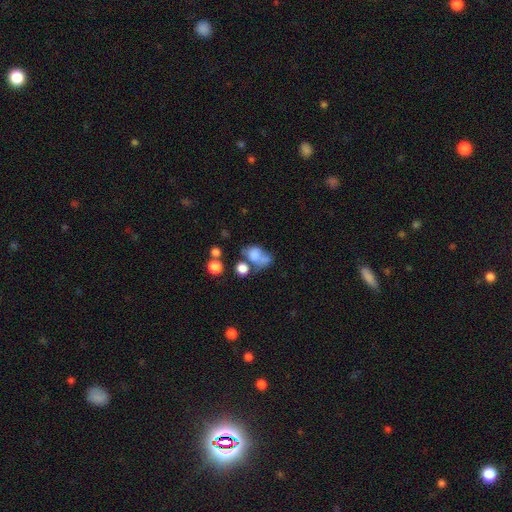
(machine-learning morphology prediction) A smooth galaxy with no disk features (65%) that is in between round and cigar-shaped (64%).

Vote fractions:
- Smooth or featured? smooth: 65% / featured or disk: 22% / star or artifact: 13%
- How rounded? in between: 64% / round: 34% / cigar-shaped: 2%
- Merging? merger: 40% / none: 23% / major disturbance: 20% / minor disturbance: 16%